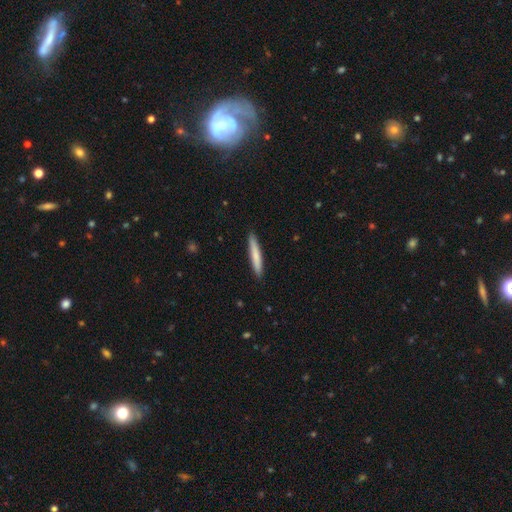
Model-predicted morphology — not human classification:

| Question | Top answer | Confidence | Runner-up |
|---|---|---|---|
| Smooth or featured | smooth | 73% | featured or disk (22%) |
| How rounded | cigar-shaped | 95% | in between (4%) |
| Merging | none | 91% | minor disturbance (7%) |